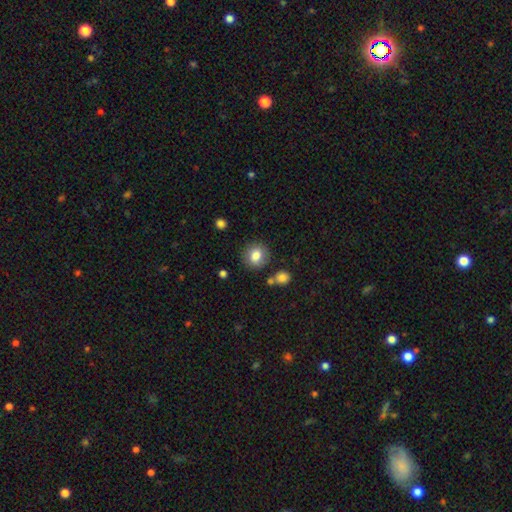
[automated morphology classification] The model was most divided on "how rounded": round: 84%, in between: 15%, cigar-shaped: 1%. More confident: merging — none (84%); smooth or featured — smooth (82%).